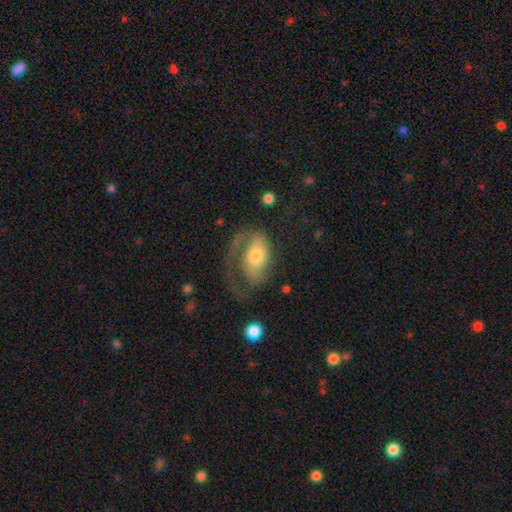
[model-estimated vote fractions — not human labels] smooth_or_featured: featured or disk (p=0.55) [alt: smooth p=0.38]
disk_edge_on: no (p=0.94) [alt: yes p=0.06]
bar: no (p=0.65) [alt: weak p=0.25]
has_spiral_arms: yes (p=0.73) [alt: no p=0.27]
bulge_size: moderate (p=0.57) [alt: small p=0.24]
merging: major disturbance (p=0.48) [alt: none p=0.31]